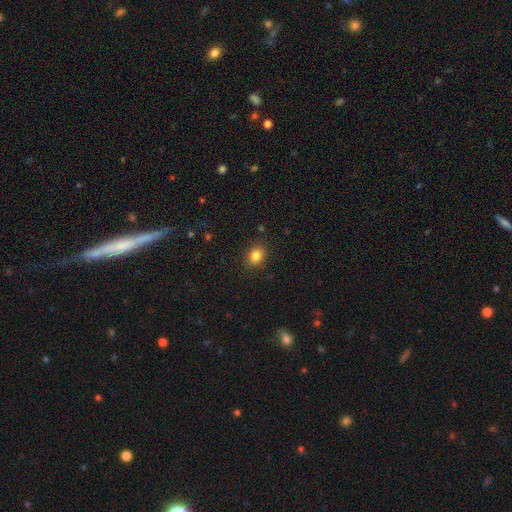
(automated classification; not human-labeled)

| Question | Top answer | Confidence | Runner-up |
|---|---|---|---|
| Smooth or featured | smooth | 84% | star or artifact (11%) |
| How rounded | round | 52% | in between (47%) |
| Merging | none | 87% | minor disturbance (9%) |